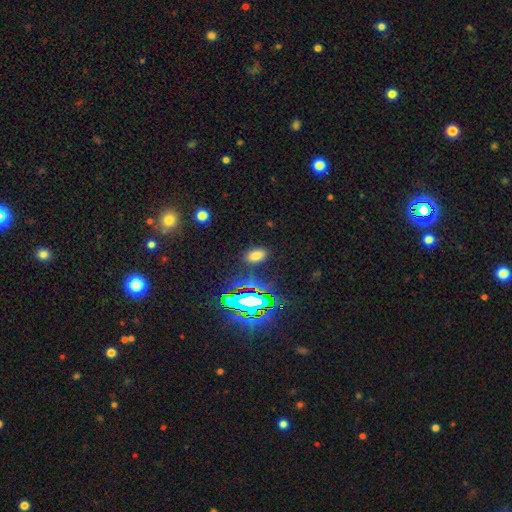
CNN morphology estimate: Smooth or featured: smooth — 67% (star or artifact — 26%)
How rounded: in between — 89% (round — 9%)
Merging: none — 85% (minor disturbance — 9%)